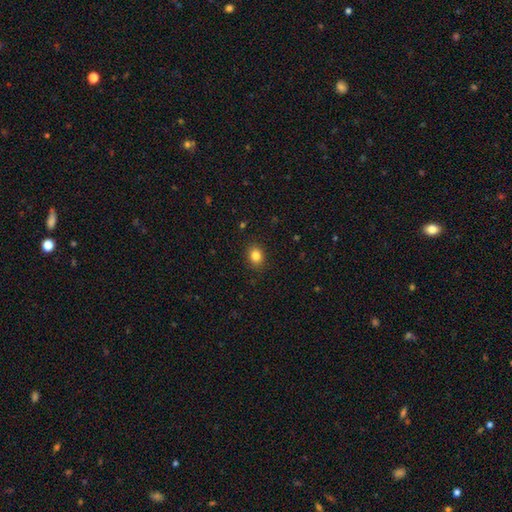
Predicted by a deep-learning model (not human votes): This appears to be a smooth galaxy with no disk features (84%) that is round (54%). Merging: none (88%).